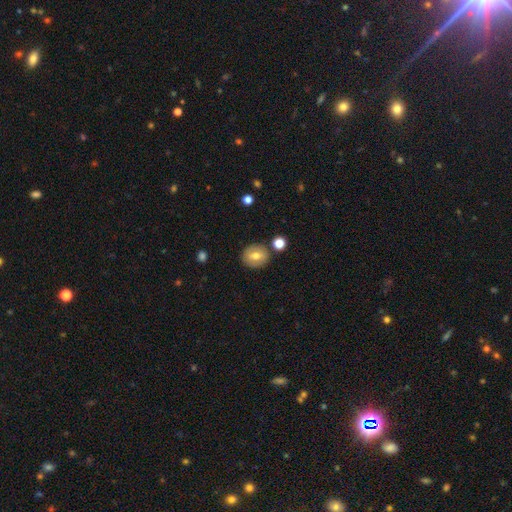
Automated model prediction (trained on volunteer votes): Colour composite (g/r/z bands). It shows a smooth galaxy with no disk features (69%) that is round (76%). Merging: none (83%).